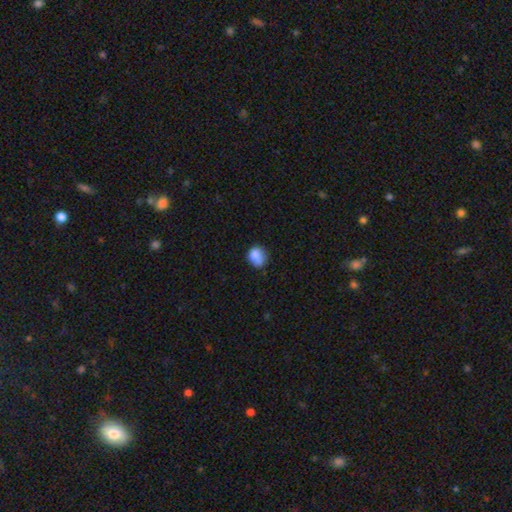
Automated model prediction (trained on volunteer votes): A smooth galaxy with no disk features (79%) that is round (63%). Merging: none (51%).